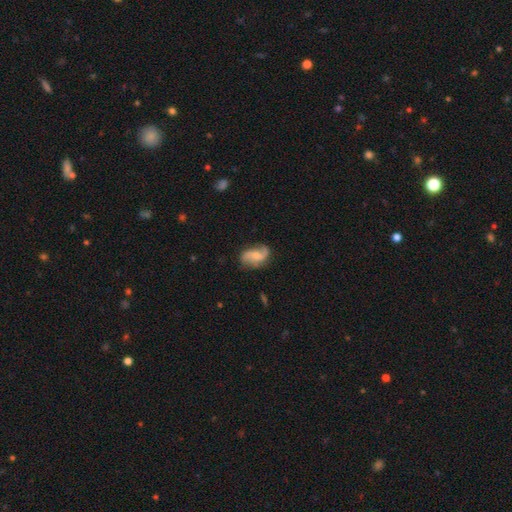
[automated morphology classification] A featured or disk galaxy (74%) with no bar (53%), 2 (89%) loose (66%) spiral arms (95%) and a small central bulge (46%).

Vote fractions:
- Smooth or featured? featured or disk: 74% / smooth: 20% / star or artifact: 7%
- Edge-on disk? no: 97% / yes: 3%
- Bar? no: 53% / weak: 38% / strong: 9%
- Spiral arms? yes: 95% / no: 5%
- Spiral winding? loose: 66% / medium: 26% / tight: 7%
- Spiral arm count? 2: 89% / 1: 4% / can't tell: 4% / 3: 2% / 4: 1% / more than 4: 1%
- Bulge size? small: 46% / moderate: 36% / none: 13% / large: 3% / dominant: 1%
- Merging? none: 72% / minor disturbance: 19% / major disturbance: 7% / merger: 2%